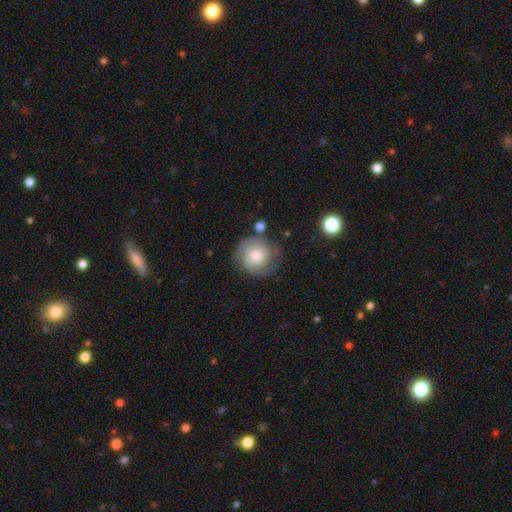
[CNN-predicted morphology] type=featured or disk (69%); edge-on=no (98%); bar=no (71%); spiral arms=yes (93%); winding=tight (55%); arm count=2 (76%); bulge=moderate (55%); merging=none (75%).